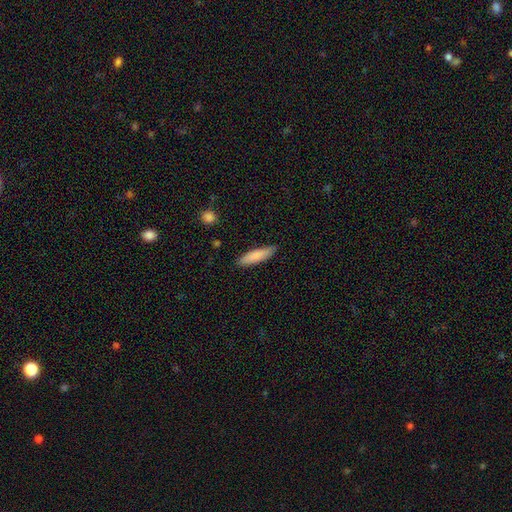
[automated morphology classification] Smooth or featured?
  - smooth: 84% *
  - featured or disk: 10%
  - star or artifact: 5%
How rounded?
  - cigar-shaped: 73% *
  - in between: 26%
  - round: 1%
Merging?
  - none: 86% *
  - minor disturbance: 11%
  - major disturbance: 2%
  - merger: 1%